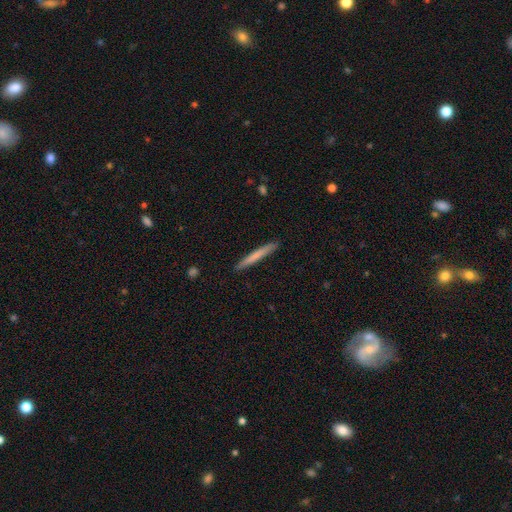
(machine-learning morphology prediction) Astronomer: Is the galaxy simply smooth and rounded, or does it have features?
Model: smooth — 69%.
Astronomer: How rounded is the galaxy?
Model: cigar-shaped — 97%.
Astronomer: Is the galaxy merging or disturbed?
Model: none — 91%.